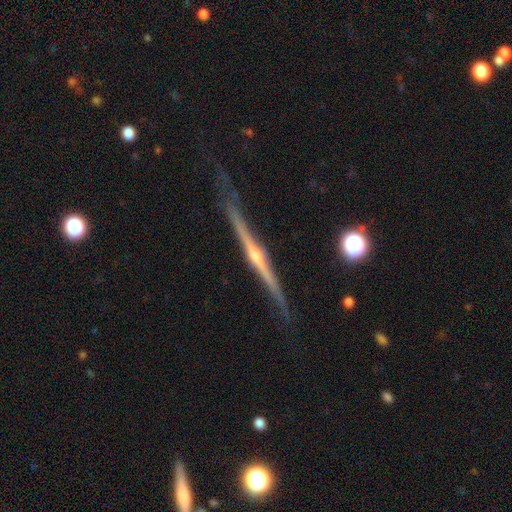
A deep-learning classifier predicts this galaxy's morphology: A featured or disk galaxy (87%) viewed edge-on (98%) with a rounded central bulge (84%). Merging: none (76%).